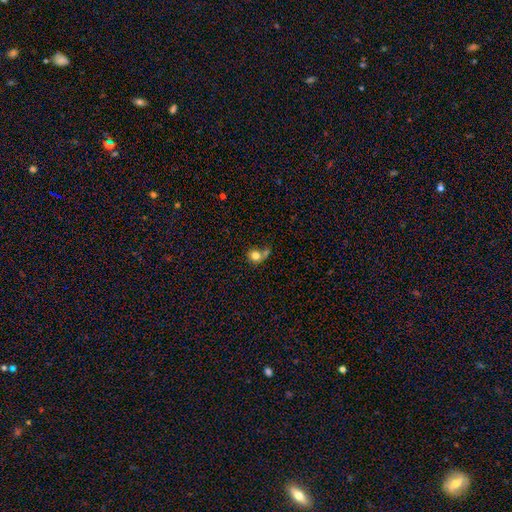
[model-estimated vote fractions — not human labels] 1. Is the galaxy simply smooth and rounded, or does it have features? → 79% smooth, 11% featured or disk, 10% star or artifact.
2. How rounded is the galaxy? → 82% round, 17% in between, 1% cigar-shaped.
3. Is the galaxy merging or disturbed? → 44% none, 29% merger, 16% minor disturbance, 11% major disturbance.